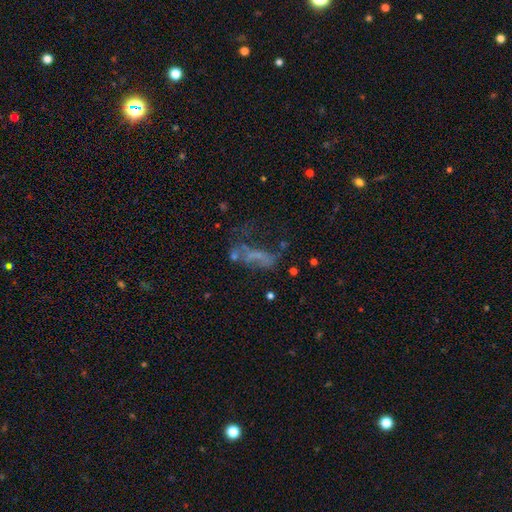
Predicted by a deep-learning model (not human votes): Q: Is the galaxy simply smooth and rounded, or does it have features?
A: featured or disk — 43%.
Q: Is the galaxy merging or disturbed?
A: major disturbance — 36%.